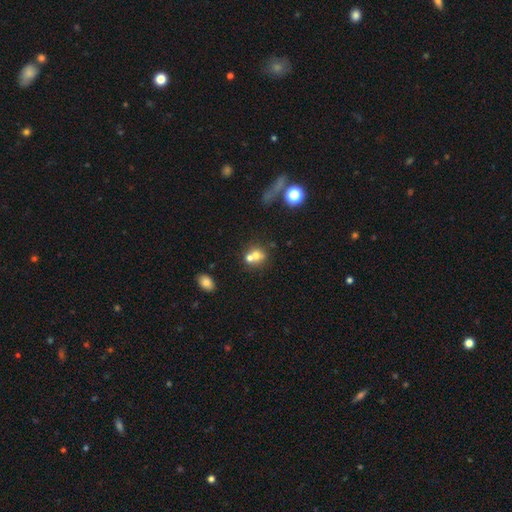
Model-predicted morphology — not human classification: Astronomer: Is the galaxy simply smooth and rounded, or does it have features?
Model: smooth — 65%.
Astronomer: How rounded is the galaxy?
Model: round — 72%.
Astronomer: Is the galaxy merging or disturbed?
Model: merger — 55% (runner-up: none, 34%).